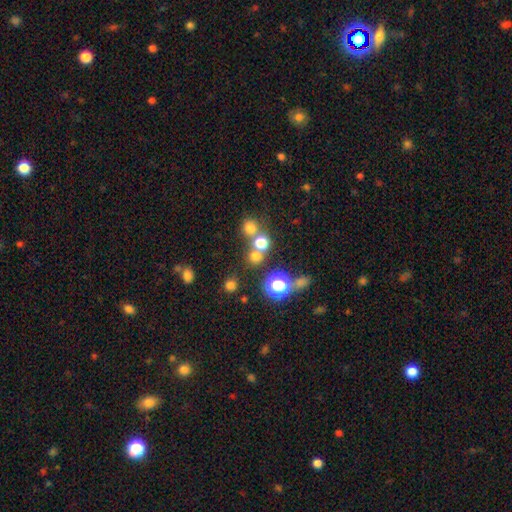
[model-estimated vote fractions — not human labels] Q: Smooth or featured?
A: smooth (66%); runner-up: star or artifact (25%)
Q: How rounded?
A: round (87%); runner-up: in between (12%)
Q: Merging?
A: none (61%); runner-up: merger (28%)